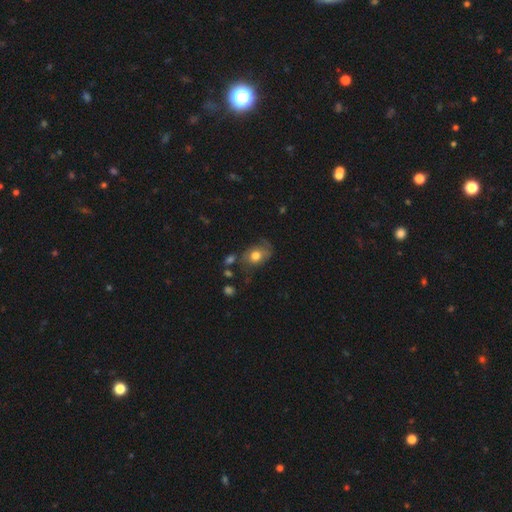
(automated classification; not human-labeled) A smooth galaxy with no disk features (68%) that is in between round and cigar-shaped (65%).

Vote fractions:
- Smooth or featured? smooth: 68% / featured or disk: 23% / star or artifact: 9%
- How rounded? in between: 65% / round: 34% / cigar-shaped: 1%
- Merging? none: 50% / minor disturbance: 29% / major disturbance: 15% / merger: 5%